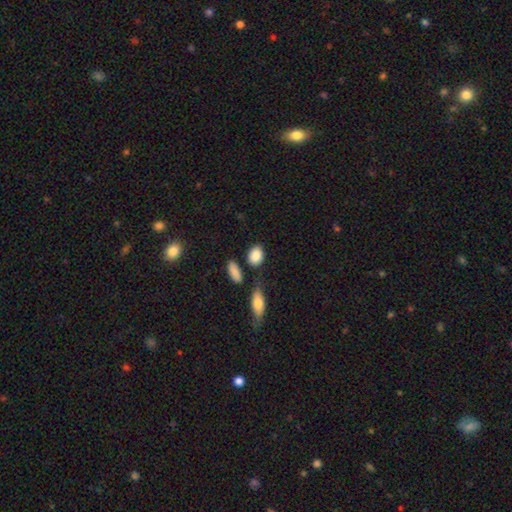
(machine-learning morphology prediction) type=smooth (88%); roundness=in between (72%); merging=none (73%).